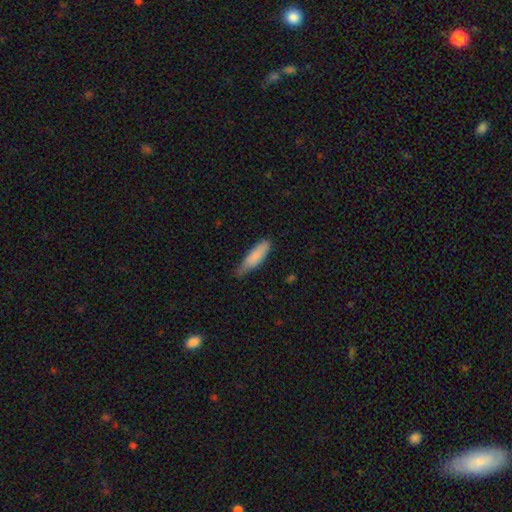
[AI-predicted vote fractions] A smooth galaxy with no disk features (84%) that is cigar-shaped (61%). Merging: none (51%).